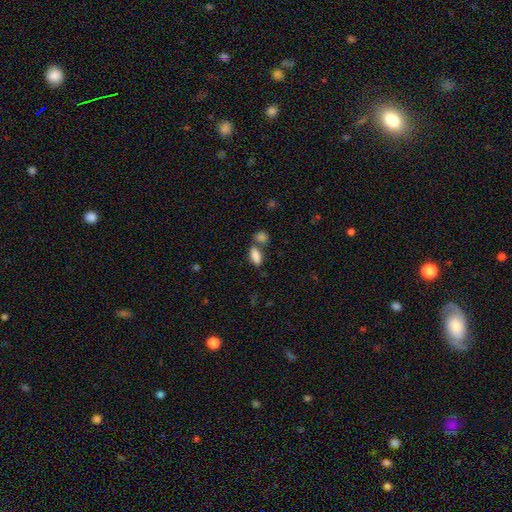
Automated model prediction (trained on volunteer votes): smooth-or-featured: smooth: 86% | star or artifact: 8% | featured or disk: 6%
  how-rounded: in between: 86% | cigar-shaped: 10% | round: 4%
  merging: none: 52% | merger: 32% | minor disturbance: 11% | major disturbance: 4%